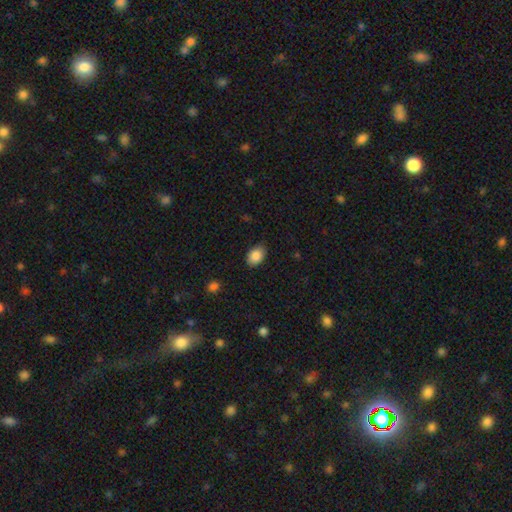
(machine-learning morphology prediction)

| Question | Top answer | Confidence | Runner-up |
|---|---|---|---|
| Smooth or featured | smooth | 87% | star or artifact (7%) |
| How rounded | in between | 83% | round (16%) |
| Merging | none | 82% | minor disturbance (14%) |